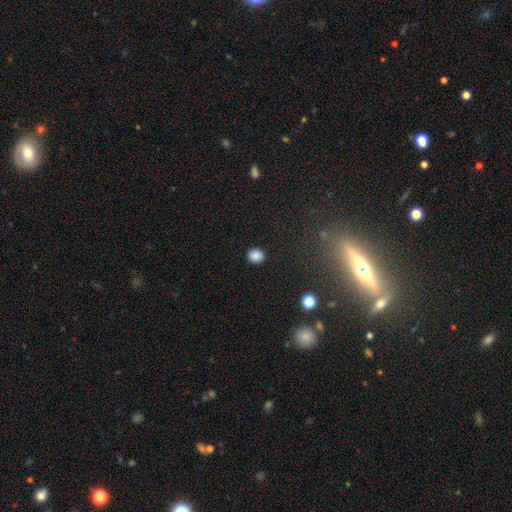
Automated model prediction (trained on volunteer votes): Overall: smooth (87%). How rounded: round (79%). Merging: none (91%).